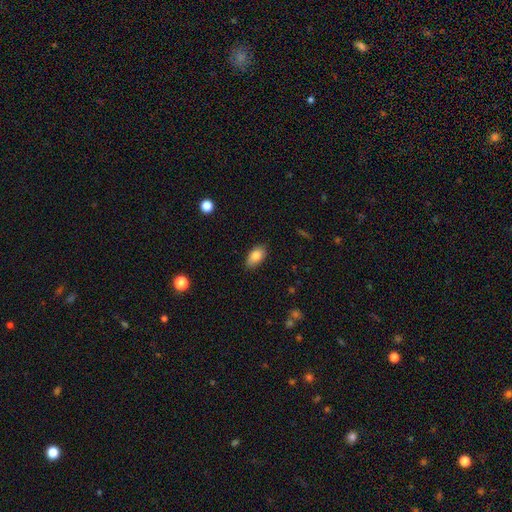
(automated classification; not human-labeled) The model was most divided on "merging": none: 84%, minor disturbance: 12%, major disturbance: 2%, merger: 1%. More confident: how rounded — in between (92%); smooth or featured — smooth (84%).